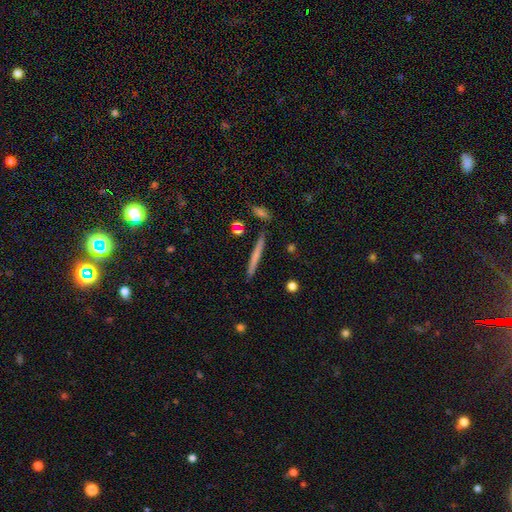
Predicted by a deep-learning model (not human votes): Smooth or featured?
  - smooth: 59% *
  - featured or disk: 35%
  - star or artifact: 6%
How rounded?
  - cigar-shaped: 96% *
  - in between: 2%
  - round: 2%
Merging?
  - none: 88% *
  - minor disturbance: 8%
  - merger: 2%
  - major disturbance: 2%